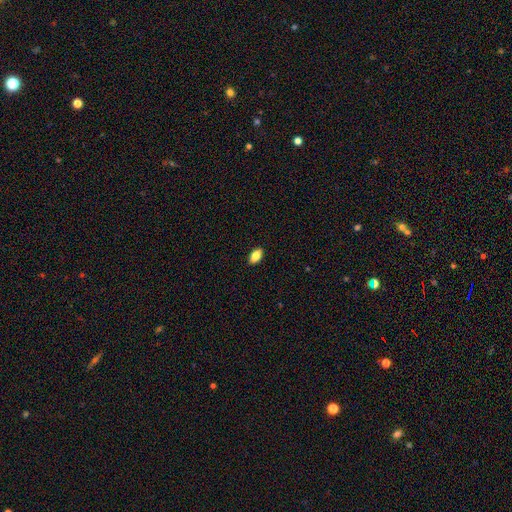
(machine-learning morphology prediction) A smooth galaxy with no disk features (85%) that is in between round and cigar-shaped (92%). Merging: none (90%).